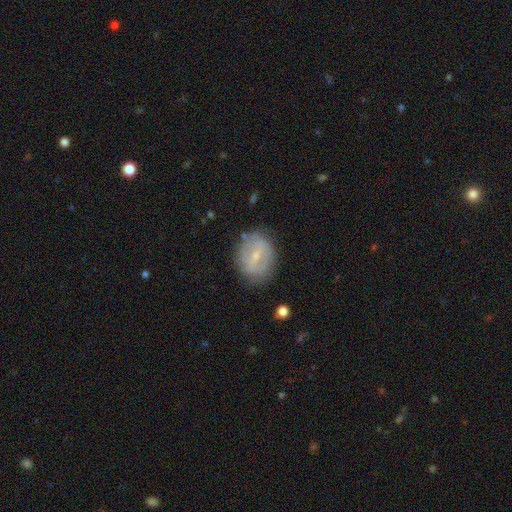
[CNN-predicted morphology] Q: Smooth or featured?
A: featured or disk (55%); runner-up: smooth (37%)
Q: Edge-on disk?
A: no (93%); runner-up: yes (7%)
Q: Bar?
A: weak (47%); runner-up: strong (35%)
Q: Spiral arms?
A: no (61%); runner-up: yes (39%)
Q: Bulge size?
A: small (65%); runner-up: moderate (28%)
Q: Merging?
A: none (77%); runner-up: minor disturbance (16%)